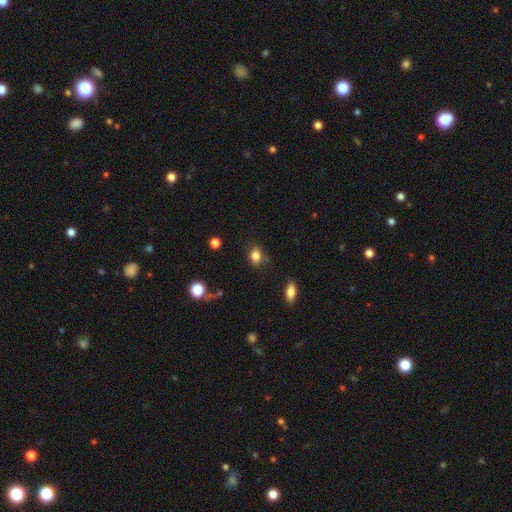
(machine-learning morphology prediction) A smooth galaxy with no disk features (83%) that is in between round and cigar-shaped (63%).

Vote fractions:
- Smooth or featured? smooth: 83% / star or artifact: 10% / featured or disk: 7%
- How rounded? in between: 63% / round: 35% / cigar-shaped: 2%
- Merging? none: 71% / minor disturbance: 20% / major disturbance: 5% / merger: 4%